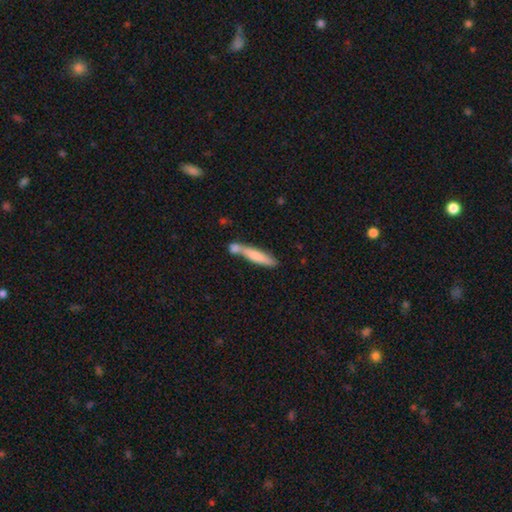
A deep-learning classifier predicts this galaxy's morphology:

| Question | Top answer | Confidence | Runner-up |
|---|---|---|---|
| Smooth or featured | smooth | 70% | featured or disk (24%) |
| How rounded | cigar-shaped | 87% | in between (11%) |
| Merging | none | 47% | merger (33%) |